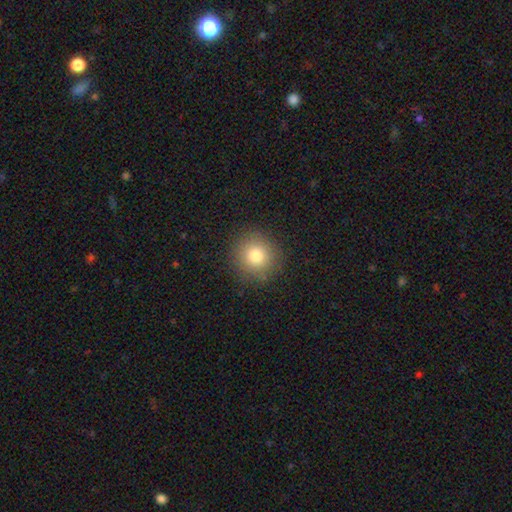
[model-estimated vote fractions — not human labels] Smooth or featured: smooth — 79% (star or artifact — 12%)
How rounded: round — 93% (in between — 6%)
Merging: none — 89% (minor disturbance — 7%)